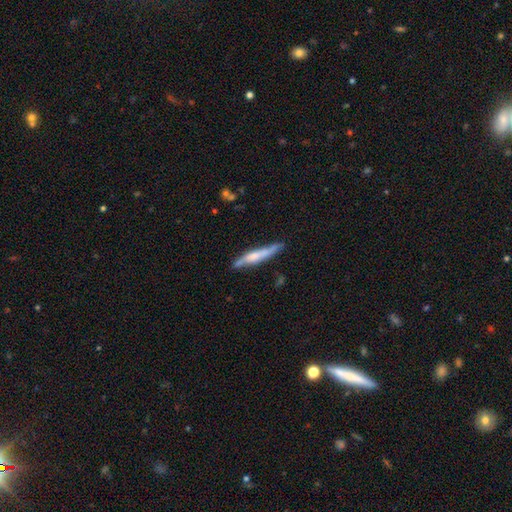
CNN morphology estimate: The model was most divided on "smooth or featured": featured or disk: 50%, smooth: 44%, star or artifact: 6%. More confident: edge-on disk — yes (85%); merging — none (73%).